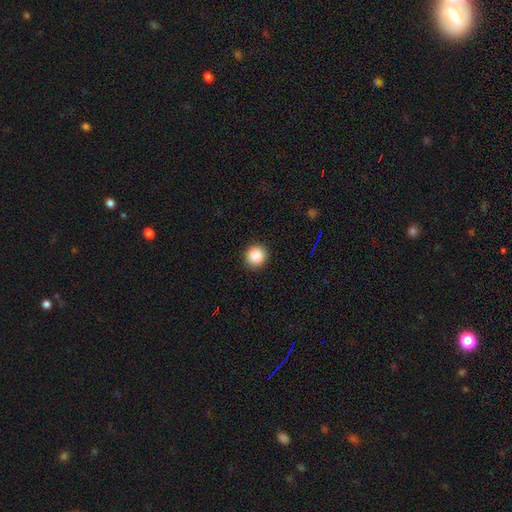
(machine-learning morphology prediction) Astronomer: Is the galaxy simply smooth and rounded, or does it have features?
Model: smooth — 88%.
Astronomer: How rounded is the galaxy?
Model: round — 93%.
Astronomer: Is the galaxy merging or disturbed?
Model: none — 92%.